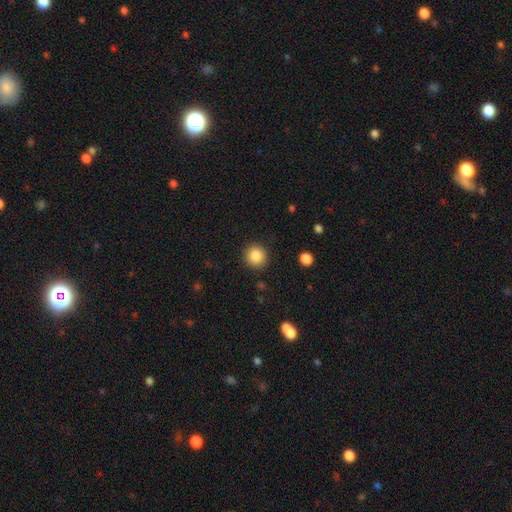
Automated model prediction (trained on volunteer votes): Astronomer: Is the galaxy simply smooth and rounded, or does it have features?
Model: smooth — 86%.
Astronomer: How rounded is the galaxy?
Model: round — 92%.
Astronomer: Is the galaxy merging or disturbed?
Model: none — 91%.